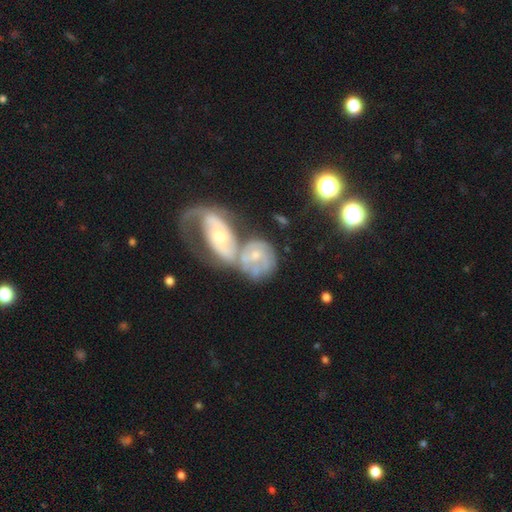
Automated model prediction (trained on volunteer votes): featured or disk 69%, smooth 25%, star or artifact 6%. Down the decision tree: edge-on disk — no (96%); bar — no (64%); spiral arms — yes (77%); spiral arm count — 2 (36%, tied with can't tell); spiral winding — tight (44%); bulge size — moderate (50%); merging — merger (60%).